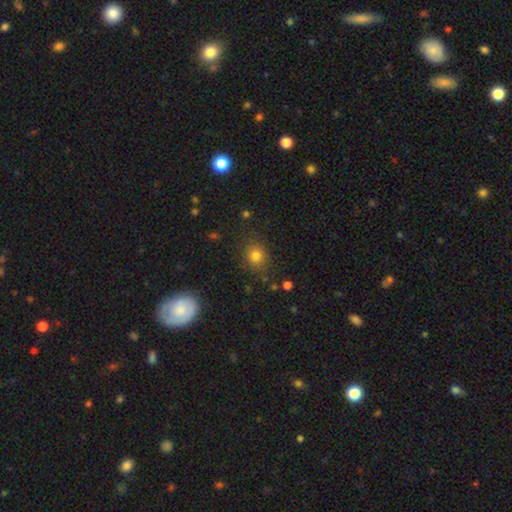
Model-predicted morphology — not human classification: This is likely a smooth galaxy (79%). How rounded: likely round (75%). Merging: clearly none (83%).